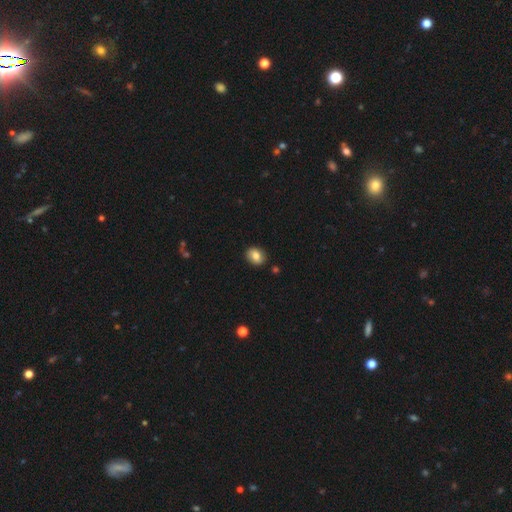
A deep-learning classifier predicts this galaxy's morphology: smooth_or_featured: smooth (p=0.81) [alt: featured or disk p=0.10]
how_rounded: in between (p=0.58) [alt: round p=0.40]
merging: none (p=0.88) [alt: minor disturbance p=0.09]